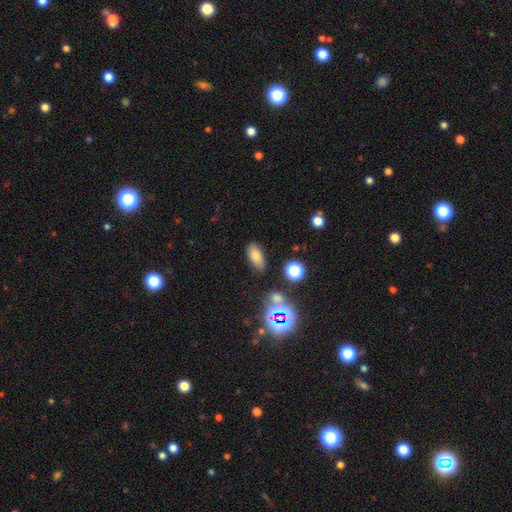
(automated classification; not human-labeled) The model was most divided on "smooth or featured": smooth: 71%, star or artifact: 17%, featured or disk: 12%. More confident: how rounded — in between (83%); merging — none (81%).